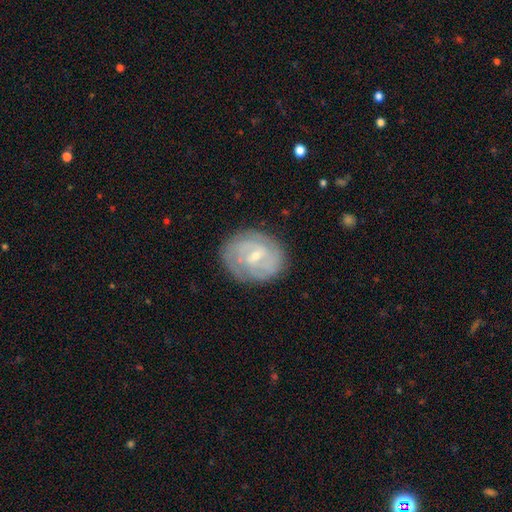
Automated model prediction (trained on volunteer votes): Smooth or featured?
  - featured or disk: 79% *
  - smooth: 15%
  - star or artifact: 6%
Edge-on disk?
  - no: 97% *
  - yes: 3%
Bar?
  - weak: 56% *
  - no: 29%
  - strong: 15%
Spiral arms?
  - yes: 90% *
  - no: 10%
Spiral winding?
  - tight: 67% *
  - medium: 26%
  - loose: 7%
Spiral arm count?
  - 2: 41% *
  - can't tell: 33%
  - 3: 13%
  - 4: 5%
  - 1: 4%
  - more than 4: 4%
Bulge size?
  - small: 66% *
  - moderate: 30%
  - none: 2%
  - large: 1%
  - dominant: 1%
Merging?
  - none: 80% *
  - minor disturbance: 14%
  - major disturbance: 5%
  - merger: 1%